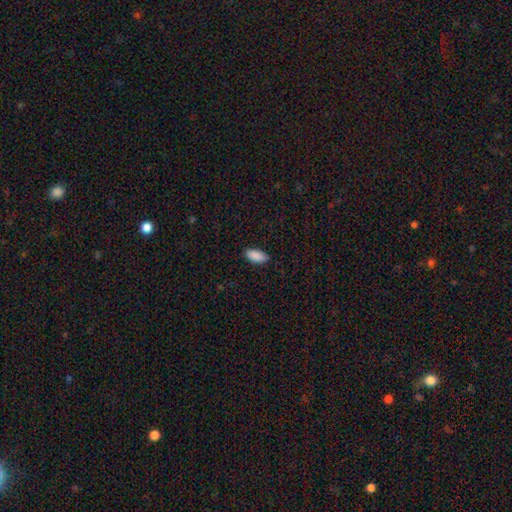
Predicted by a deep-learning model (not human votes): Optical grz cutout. It shows a smooth galaxy with no disk features (90%) that is in between round and cigar-shaped (88%). Merging: none (87%).